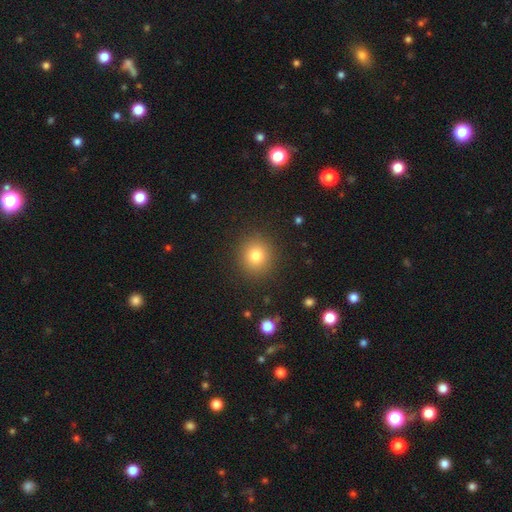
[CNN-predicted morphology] smooth 79%, star or artifact 13%, featured or disk 8%. Down the decision tree: how rounded — round (86%); merging — none (90%).